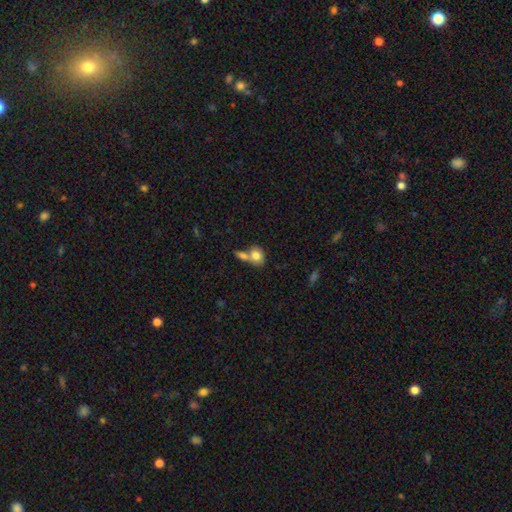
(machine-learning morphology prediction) Q: Smooth or featured?
A: smooth (80%); runner-up: featured or disk (12%)
Q: How rounded?
A: in between (59%); runner-up: round (40%)
Q: Merging?
A: merger (52%); runner-up: none (34%)